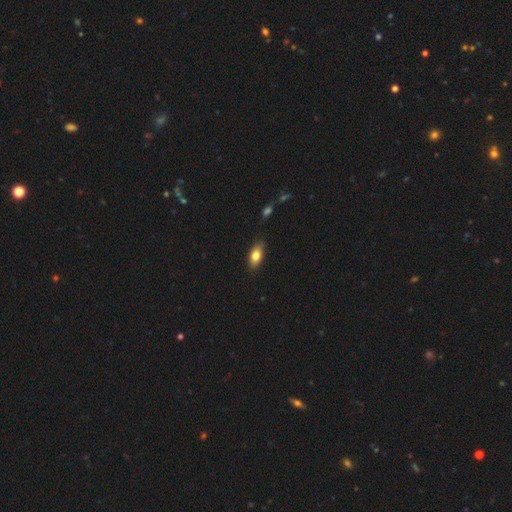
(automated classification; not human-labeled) This appears to be a smooth galaxy with no disk features (79%) that is in between round and cigar-shaped (87%). Merging: none (82%).